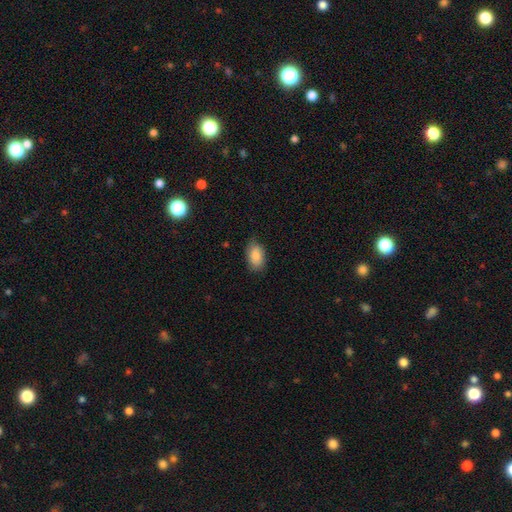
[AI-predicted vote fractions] Smooth or featured? Predicted: smooth (p=0.86). How rounded? Predicted: in between (p=0.92). Merging? Predicted: none (p=0.80).